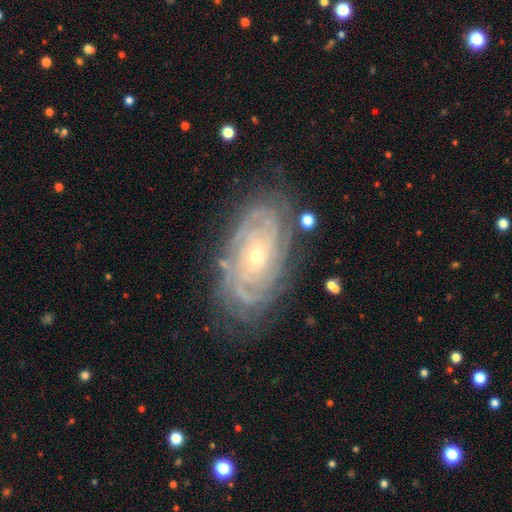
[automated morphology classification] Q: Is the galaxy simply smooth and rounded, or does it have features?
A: featured or disk — 87%.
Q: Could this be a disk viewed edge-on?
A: no — 95%.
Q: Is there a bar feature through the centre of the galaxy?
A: no — 78%.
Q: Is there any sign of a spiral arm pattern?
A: yes — 97%.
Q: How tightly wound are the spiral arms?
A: tight — 81%.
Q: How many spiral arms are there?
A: can't tell — 33%.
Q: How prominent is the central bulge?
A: small — 75%.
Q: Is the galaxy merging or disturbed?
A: none — 77%.